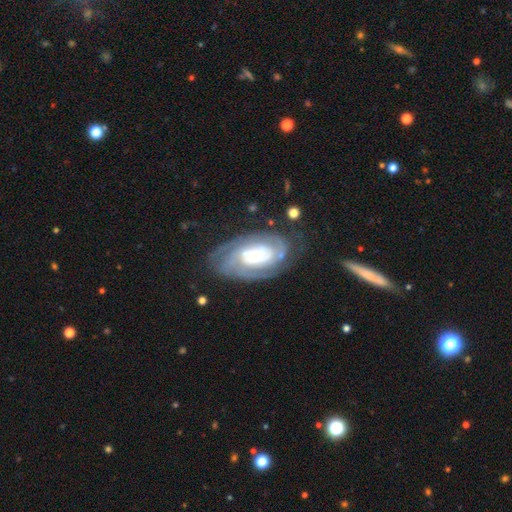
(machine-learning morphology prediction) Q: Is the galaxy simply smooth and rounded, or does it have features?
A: featured or disk — 83%.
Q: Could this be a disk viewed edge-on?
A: no — 96%.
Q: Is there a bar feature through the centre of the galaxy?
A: no — 69%.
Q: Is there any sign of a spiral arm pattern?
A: yes — 92%.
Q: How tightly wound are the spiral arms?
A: tight — 69%.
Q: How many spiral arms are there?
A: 2 — 37%.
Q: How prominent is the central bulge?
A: small — 51%.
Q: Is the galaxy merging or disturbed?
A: none — 68%.